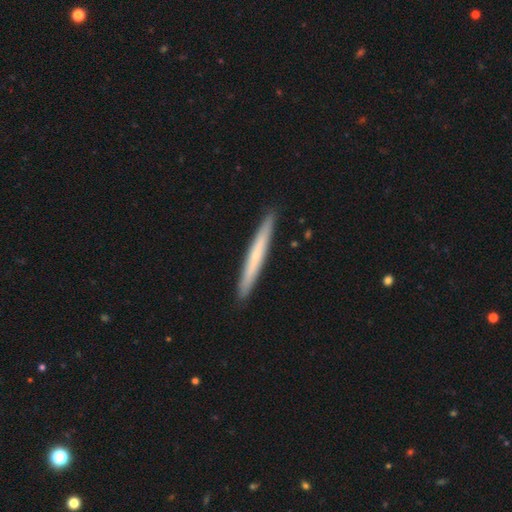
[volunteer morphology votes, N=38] Overall: smooth (50%; featured or disk 45%). How rounded: cigar-shaped (95%). Merging: none (92%).